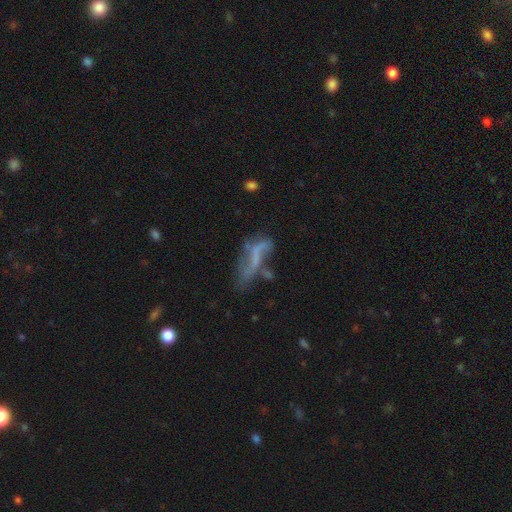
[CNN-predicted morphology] Overall: featured or disk (57%; smooth 30%). Edge-on disk: no (85%). Merging: none (32%; major disturbance 30%).